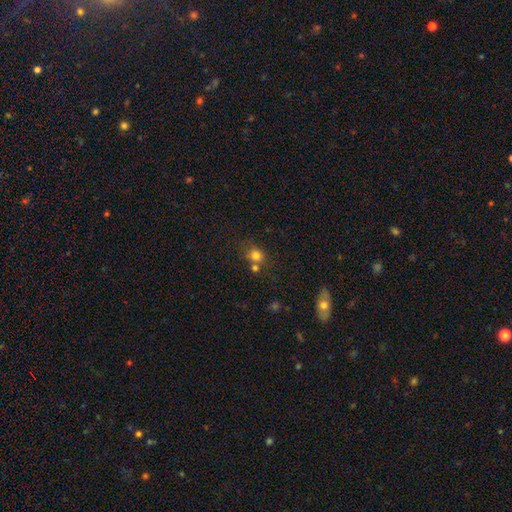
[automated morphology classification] This is likely a smooth galaxy (78%). How rounded: likely round (76%). Merging: possibly none (55%).